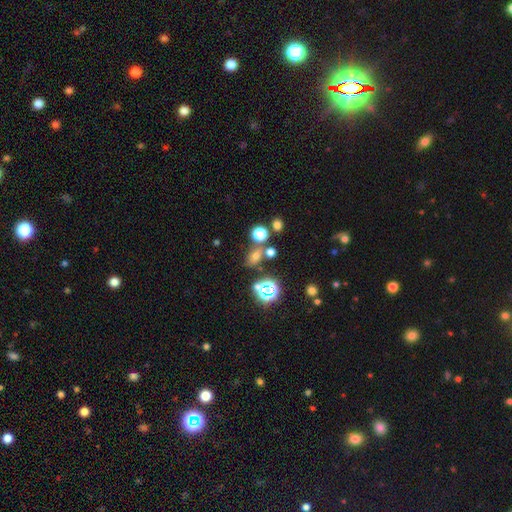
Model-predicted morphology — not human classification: This appears to be a smooth galaxy with no disk features (55%) that is in between round and cigar-shaped (56%). Merging: none (64%).